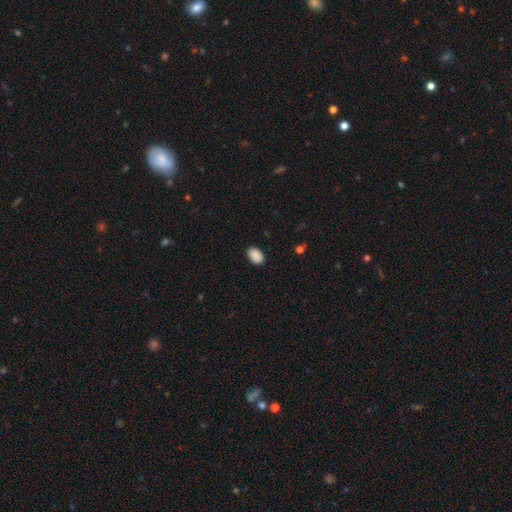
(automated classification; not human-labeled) Overall: smooth (90%). How rounded: in between (83%). Merging: none (88%).